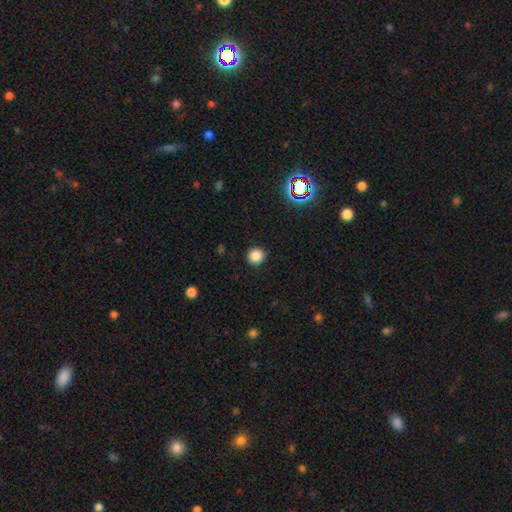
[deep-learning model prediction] Smooth or featured? Predicted: smooth (p=0.85). How rounded? Predicted: round (p=0.95). Merging? Predicted: none (p=0.92).